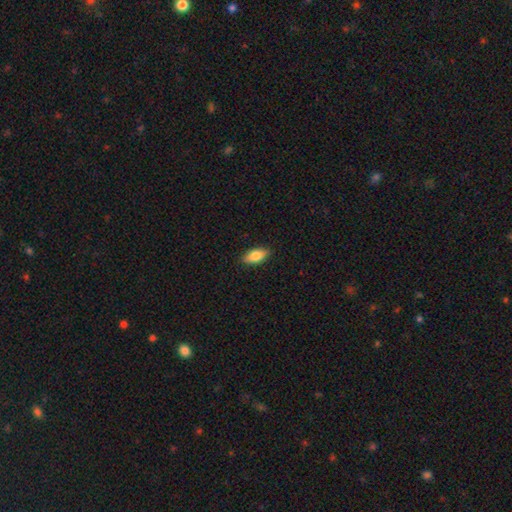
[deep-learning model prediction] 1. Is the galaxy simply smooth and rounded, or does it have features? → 80% smooth, 13% featured or disk, 7% star or artifact.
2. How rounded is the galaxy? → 84% in between, 13% cigar-shaped, 3% round.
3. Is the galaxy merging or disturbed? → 89% none, 9% minor disturbance, 2% major disturbance, 1% merger.